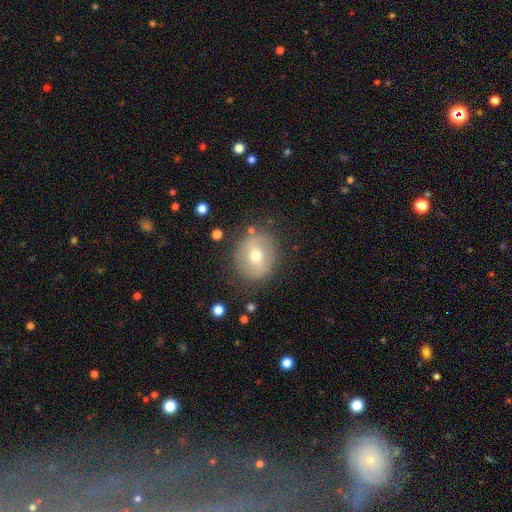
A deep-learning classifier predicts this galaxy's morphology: This is possibly a smooth galaxy (58%). How rounded: likely round (77%). Merging: clearly none (81%).